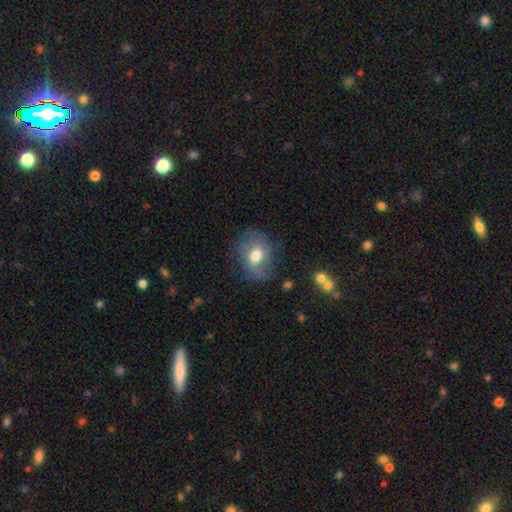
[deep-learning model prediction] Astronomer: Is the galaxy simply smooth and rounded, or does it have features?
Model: smooth — 47% (runner-up: featured or disk, 44%).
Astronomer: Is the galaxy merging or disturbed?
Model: none — 60%.